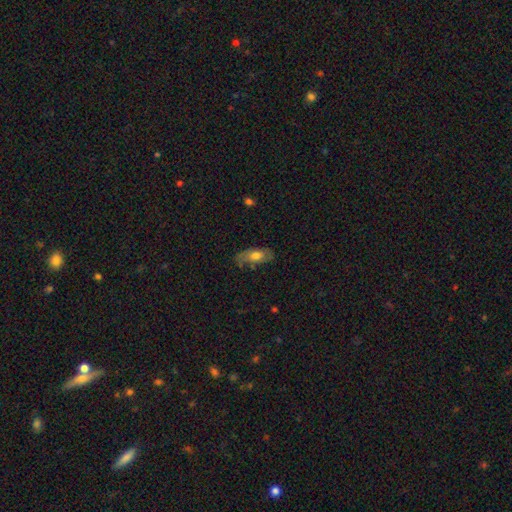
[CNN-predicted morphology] Overall: smooth (64%; featured or disk 30%). How rounded: in between (83%). Merging: none (65%; minor disturbance 25%).